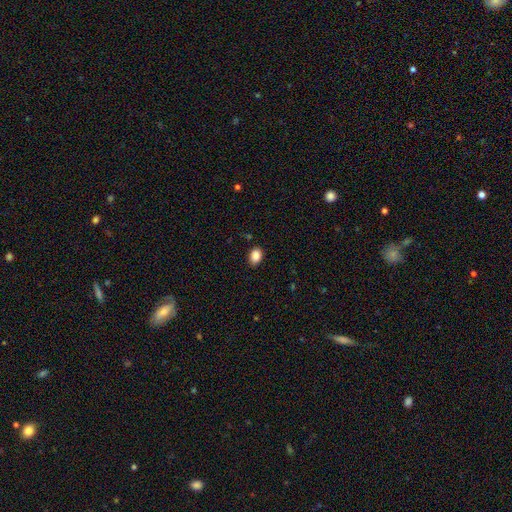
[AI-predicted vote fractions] A smooth galaxy with no disk features (88%) that is in between round and cigar-shaped (75%). Merging: none (87%).